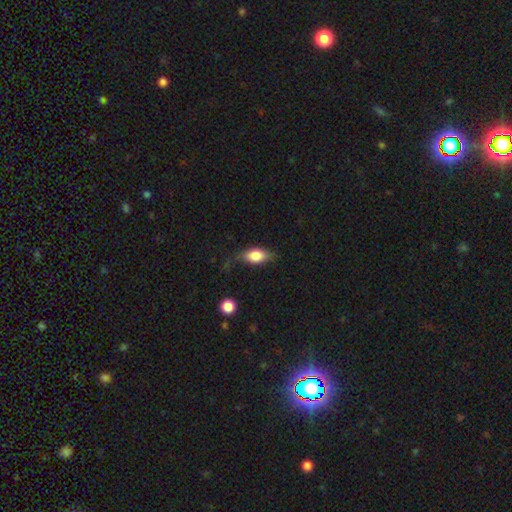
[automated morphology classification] This appears to be a smooth galaxy with no disk features (78%) that is in between round and cigar-shaped (85%). Merging: none (55%).